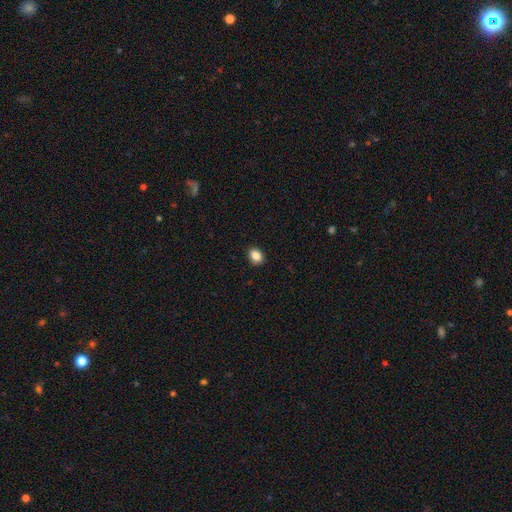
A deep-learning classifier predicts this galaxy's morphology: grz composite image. It shows a smooth galaxy with no disk features (87%) that is in between round and cigar-shaped (63%). Merging: none (90%).